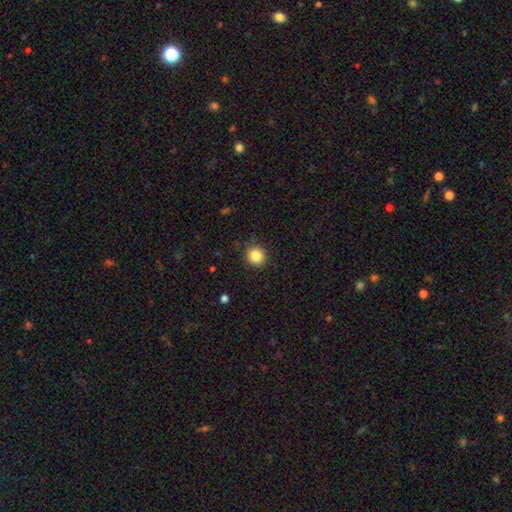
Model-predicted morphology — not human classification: type=smooth (84%); roundness=round (92%); merging=none (86%).